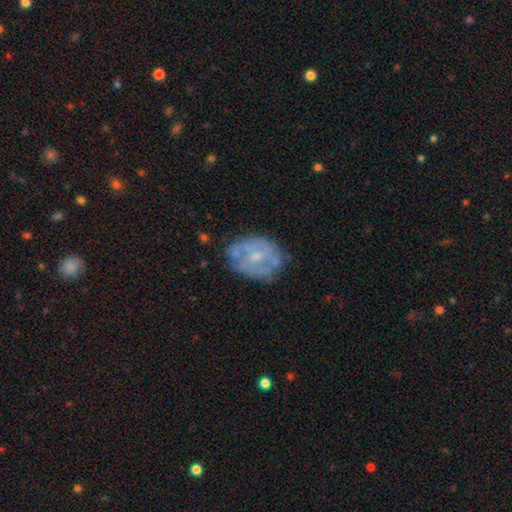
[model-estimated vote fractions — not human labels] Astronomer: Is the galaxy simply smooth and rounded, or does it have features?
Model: featured or disk — 64%.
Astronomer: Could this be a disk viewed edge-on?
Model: no — 97%.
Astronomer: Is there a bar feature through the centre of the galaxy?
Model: no — 63%.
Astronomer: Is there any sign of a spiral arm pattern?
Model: no — 55% (runner-up: yes, 45%).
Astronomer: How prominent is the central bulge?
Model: small — 55% (runner-up: moderate, 35%).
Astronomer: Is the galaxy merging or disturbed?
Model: none — 62%.